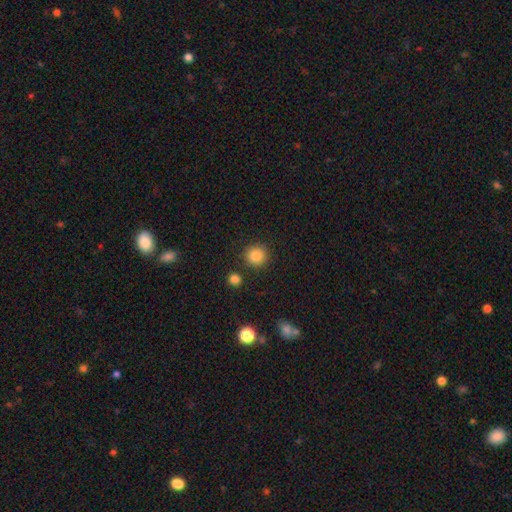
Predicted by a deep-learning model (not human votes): Q: Smooth or featured?
A: smooth (86%); runner-up: star or artifact (10%)
Q: How rounded?
A: round (92%); runner-up: in between (7%)
Q: Merging?
A: none (86%); runner-up: minor disturbance (7%)